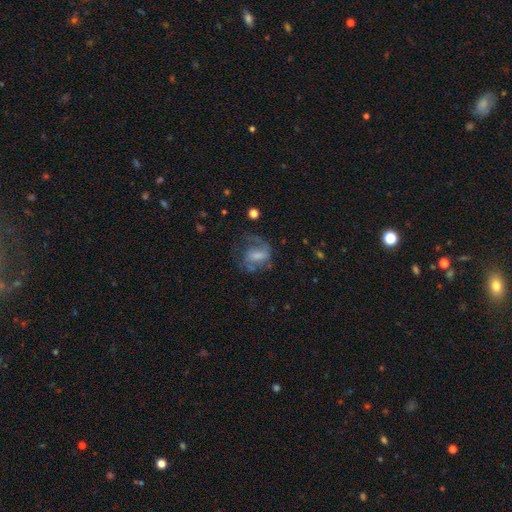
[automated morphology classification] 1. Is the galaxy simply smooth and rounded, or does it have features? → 62% featured or disk, 25% smooth, 12% star or artifact.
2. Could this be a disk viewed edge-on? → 96% no, 4% yes.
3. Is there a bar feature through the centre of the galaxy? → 44% weak, 33% no, 23% strong.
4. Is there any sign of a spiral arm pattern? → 80% yes, 20% no.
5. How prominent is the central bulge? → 30% small, 29% moderate, 27% none, 12% large, 2% dominant.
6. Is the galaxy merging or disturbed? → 50% none, 27% major disturbance, 20% minor disturbance, 3% merger.